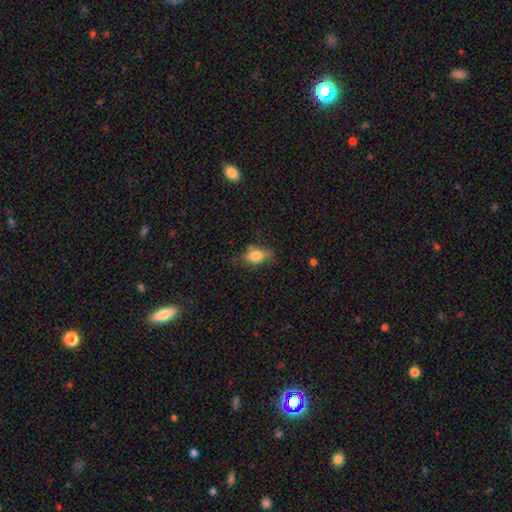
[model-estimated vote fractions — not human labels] A smooth galaxy with no disk features (77%) that is in between round and cigar-shaped (80%).

Vote fractions:
- Smooth or featured? smooth: 77% / featured or disk: 14% / star or artifact: 9%
- How rounded? in between: 80% / round: 16% / cigar-shaped: 4%
- Merging? none: 52% / minor disturbance: 33% / major disturbance: 12% / merger: 3%